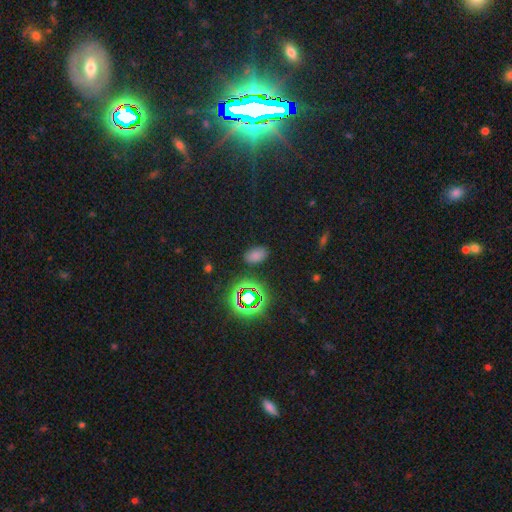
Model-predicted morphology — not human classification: Overall: smooth (67%; star or artifact 28%). How rounded: in between (90%). Merging: none (83%).